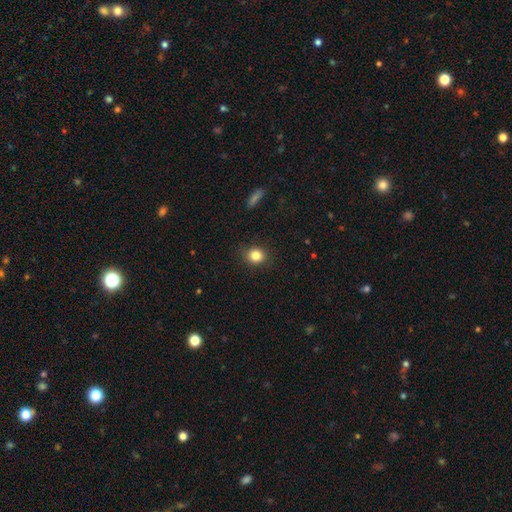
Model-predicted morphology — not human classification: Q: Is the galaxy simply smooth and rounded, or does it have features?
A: smooth — 83%.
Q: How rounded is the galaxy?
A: round — 72%.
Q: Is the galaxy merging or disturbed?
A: none — 84%.